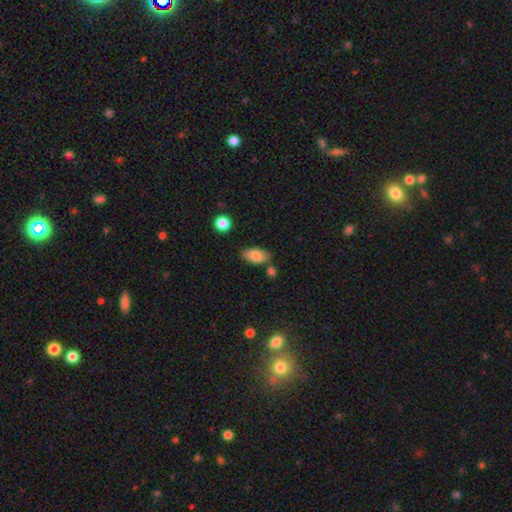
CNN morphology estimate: Smooth or featured: smooth — 82% (featured or disk — 10%)
How rounded: in between — 92% (round — 5%)
Merging: none — 74% (minor disturbance — 15%)